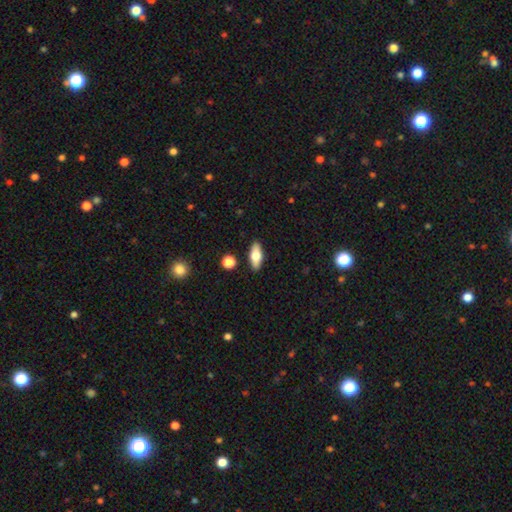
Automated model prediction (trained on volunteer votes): smooth_or_featured: smooth (p=0.66) [alt: featured or disk p=0.27]
how_rounded: in between (p=0.75) [alt: cigar-shaped p=0.21]
merging: none (p=0.88) [alt: minor disturbance p=0.08]